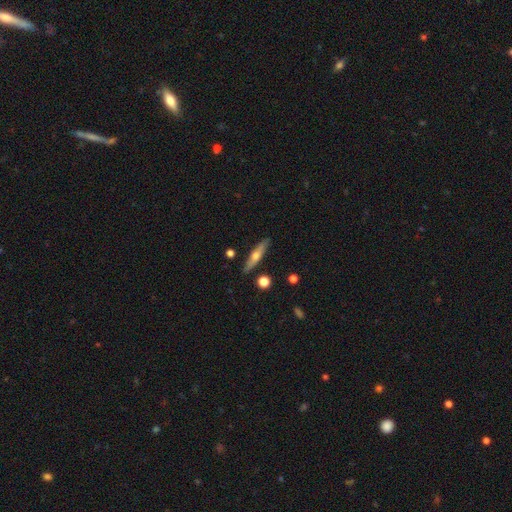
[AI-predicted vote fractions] This is possibly a featured or disk galaxy (53%). It is clearly viewed edge-on (91%). Merging: clearly none (87%).